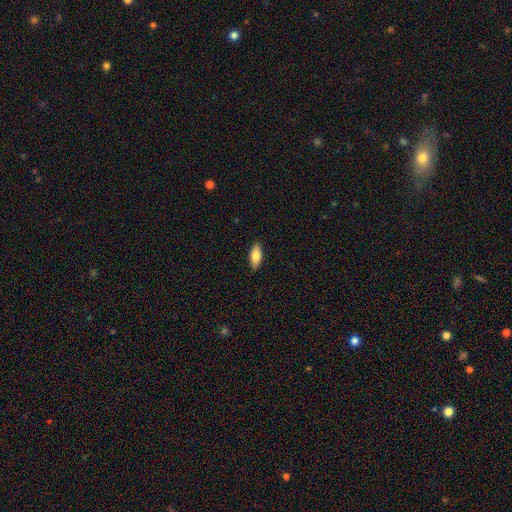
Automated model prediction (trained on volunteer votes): A smooth galaxy with no disk features (77%) that is in between round and cigar-shaped (83%). Merging: none (89%).